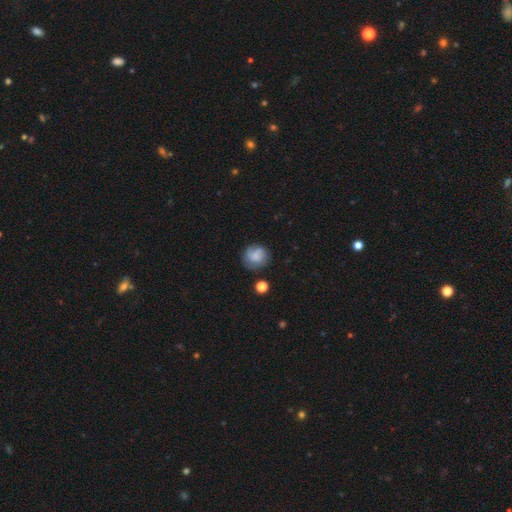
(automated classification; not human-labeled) smooth-or-featured: smooth: 68% | featured or disk: 22% | star or artifact: 10%
  how-rounded: round: 81% | in between: 18% | cigar-shaped: 1%
  merging: none: 65% | minor disturbance: 22% | major disturbance: 9% | merger: 4%